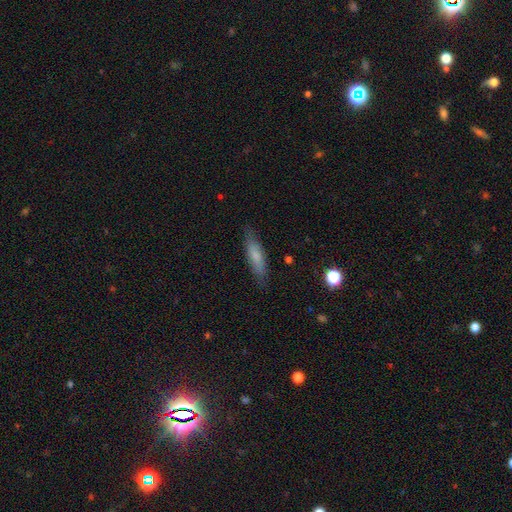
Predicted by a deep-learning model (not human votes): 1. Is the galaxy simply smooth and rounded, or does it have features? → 69% smooth, 24% featured or disk, 7% star or artifact.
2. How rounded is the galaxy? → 67% cigar-shaped, 31% in between, 2% round.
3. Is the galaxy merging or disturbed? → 80% none, 15% minor disturbance, 3% major disturbance, 1% merger.